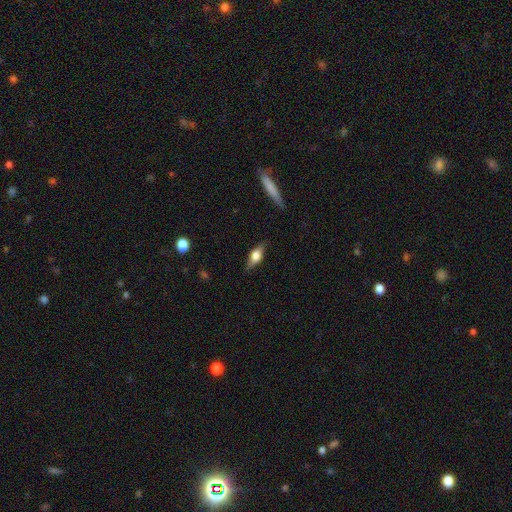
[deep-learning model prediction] Q: Smooth or featured?
A: smooth (47%); runner-up: featured or disk (46%)
Q: Merging?
A: none (81%); runner-up: minor disturbance (14%)